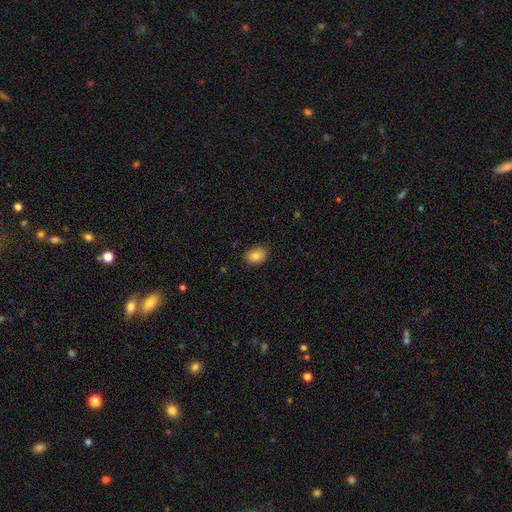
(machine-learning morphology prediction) The model was most divided on "how rounded": in between: 73%, round: 26%, cigar-shaped: 1%. More confident: merging — none (84%); smooth or featured — smooth (83%).